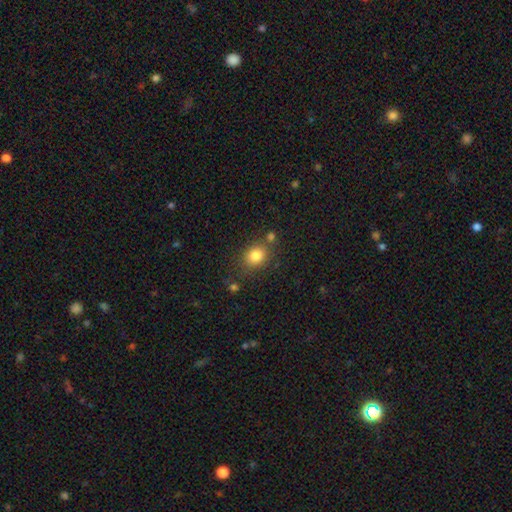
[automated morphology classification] This appears to be a smooth galaxy with no disk features (82%) that is round (53%). Merging: none (73%).